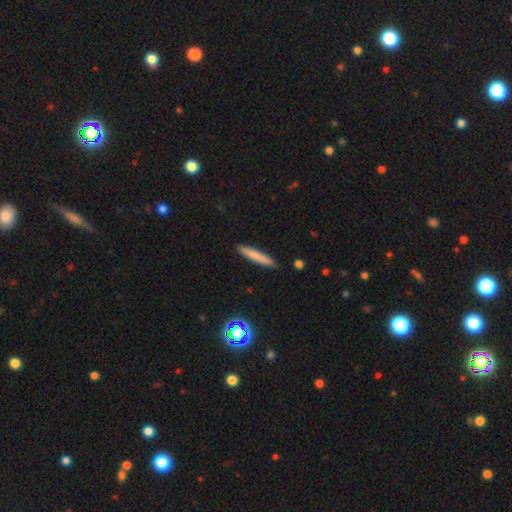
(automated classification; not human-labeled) Smooth or featured?
  - smooth: 76% *
  - featured or disk: 17%
  - star or artifact: 7%
How rounded?
  - cigar-shaped: 94% *
  - in between: 5%
  - round: 1%
Merging?
  - none: 91% *
  - minor disturbance: 6%
  - major disturbance: 1%
  - merger: 1%